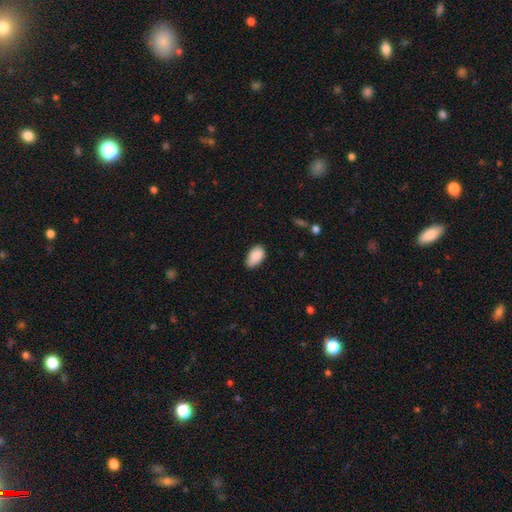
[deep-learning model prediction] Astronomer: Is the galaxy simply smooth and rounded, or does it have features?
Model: smooth — 88%.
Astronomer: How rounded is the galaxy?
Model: in between — 92%.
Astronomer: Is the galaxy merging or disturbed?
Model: none — 59% (runner-up: minor disturbance, 34%).